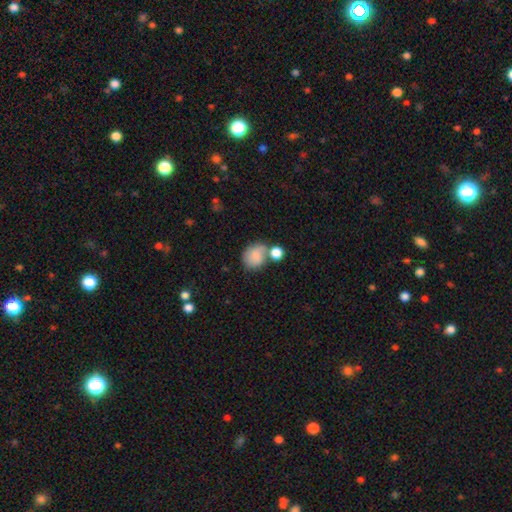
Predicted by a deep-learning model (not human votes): smooth-or-featured: smooth: 79% | featured or disk: 12% | star or artifact: 9%
  how-rounded: round: 62% | in between: 37% | cigar-shaped: 1%
  merging: none: 41% | merger: 33% | minor disturbance: 18% | major disturbance: 8%